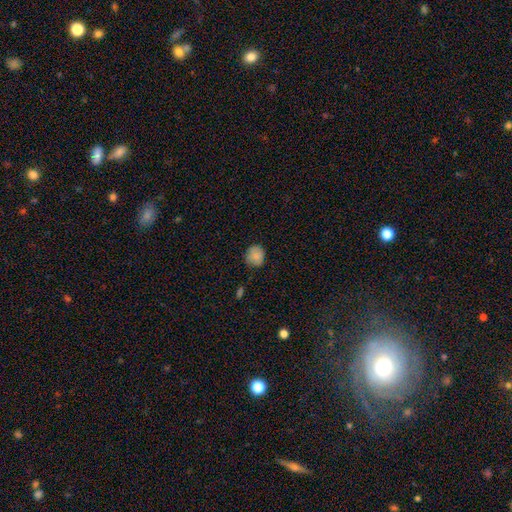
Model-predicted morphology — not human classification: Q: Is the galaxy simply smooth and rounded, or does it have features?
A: smooth — 84%.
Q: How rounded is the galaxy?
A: round — 79%.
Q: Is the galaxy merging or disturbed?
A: none — 77%.